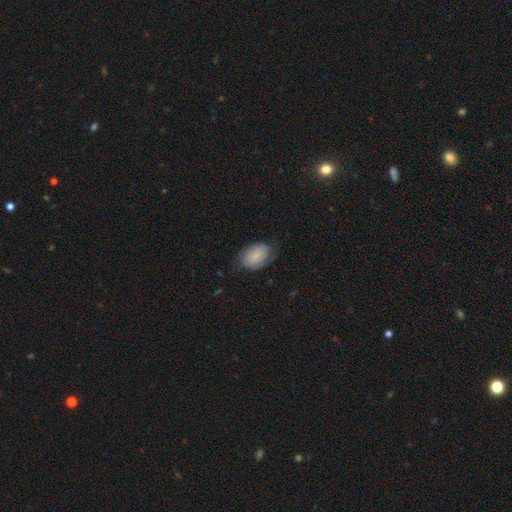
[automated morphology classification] type=smooth (76%); roundness=in between (87%); merging=none (63%).